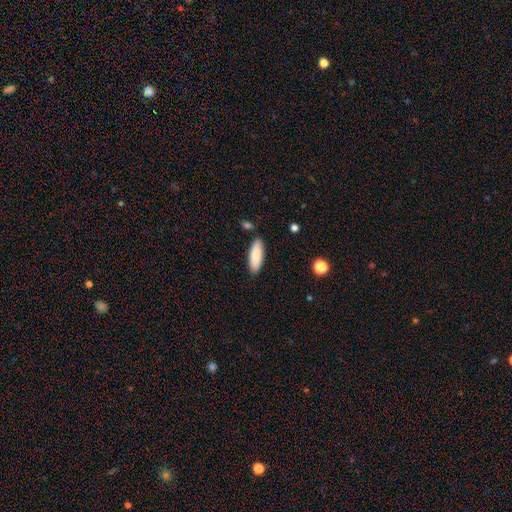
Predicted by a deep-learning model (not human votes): The model was most divided on "how rounded": in between: 62%, cigar-shaped: 36%, round: 2%. More confident: smooth or featured — smooth (85%); merging — none (85%).